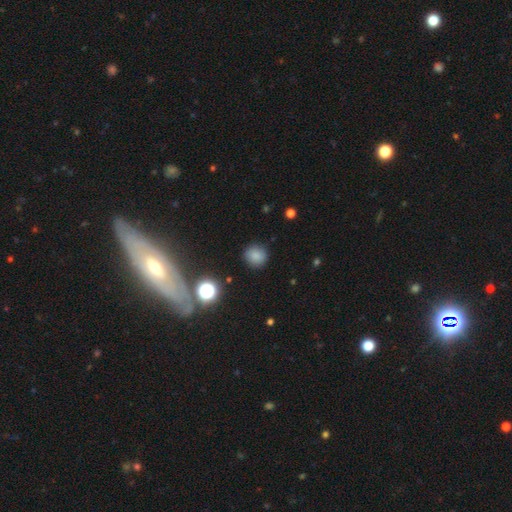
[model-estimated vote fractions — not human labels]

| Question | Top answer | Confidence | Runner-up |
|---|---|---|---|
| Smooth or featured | smooth | 81% | star or artifact (14%) |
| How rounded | round | 90% | in between (9%) |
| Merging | none | 88% | minor disturbance (8%) |